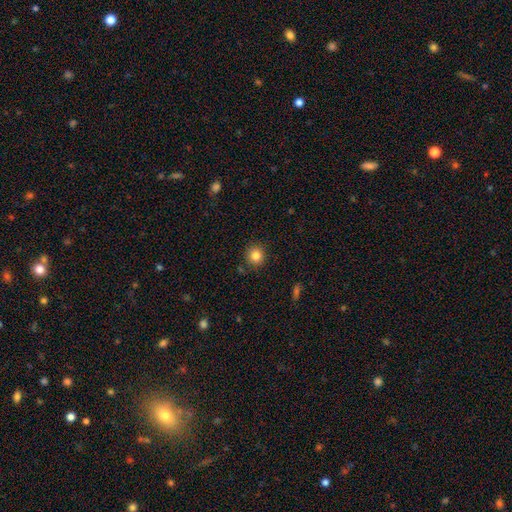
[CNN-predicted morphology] The model was most divided on "smooth or featured": smooth: 84%, star or artifact: 11%, featured or disk: 6%. More confident: how rounded — round (92%); merging — none (89%).